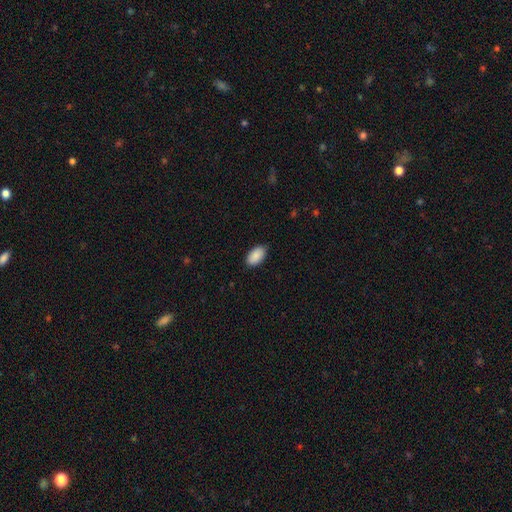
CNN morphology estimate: Q: Smooth or featured?
A: smooth (90%); runner-up: star or artifact (6%)
Q: How rounded?
A: in between (95%); runner-up: round (3%)
Q: Merging?
A: none (86%); runner-up: minor disturbance (11%)